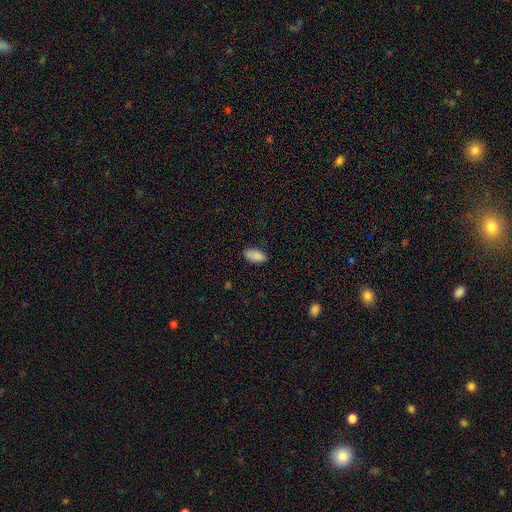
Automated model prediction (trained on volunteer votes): smooth 88%, star or artifact 8%, featured or disk 4%. Down the decision tree: how rounded — in between (94%); merging — none (80%).